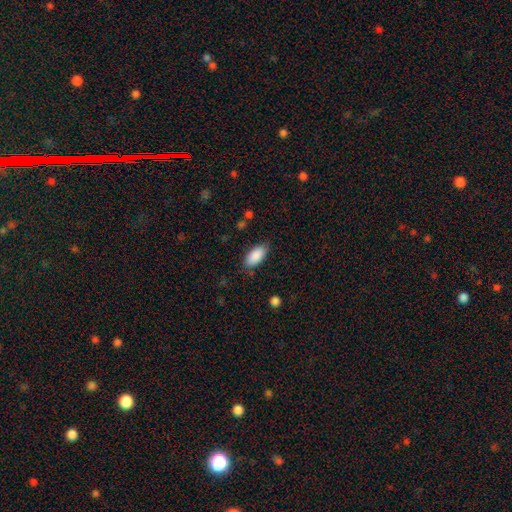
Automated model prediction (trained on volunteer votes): Morphology: type=smooth (89%); roundness=in between (91%); merging=none (82%).